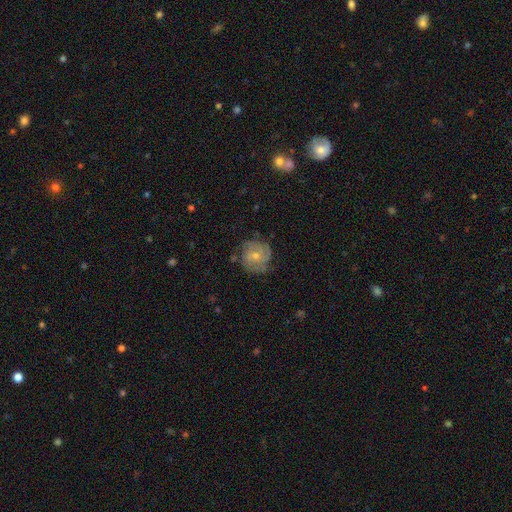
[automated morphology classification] A featured or disk galaxy (62%) with no bar (72%), tight (56%) spiral arms (84%) and a small central bulge (57%).

Vote fractions:
- Smooth or featured? featured or disk: 62% / smooth: 31% / star or artifact: 7%
- Edge-on disk? no: 98% / yes: 2%
- Bar? no: 72% / weak: 25% / strong: 4%
- Spiral arms? yes: 84% / no: 16%
- Spiral winding? tight: 56% / medium: 33% / loose: 11%
- Spiral arm count? can't tell: 36% / 2: 24% / 3: 23% / 4: 8% / 1: 5% / more than 4: 4%
- Bulge size? small: 57% / moderate: 38% / none: 2% / large: 1% / dominant: 1%
- Merging? none: 68% / minor disturbance: 22% / major disturbance: 8% / merger: 2%